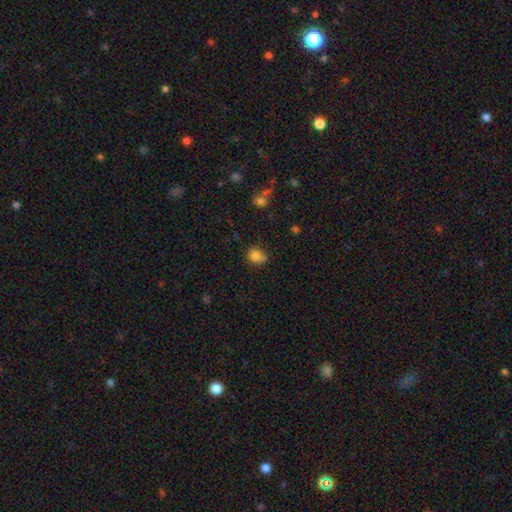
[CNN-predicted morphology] A smooth galaxy with no disk features (82%) that is round (69%). Merging: none (62%).